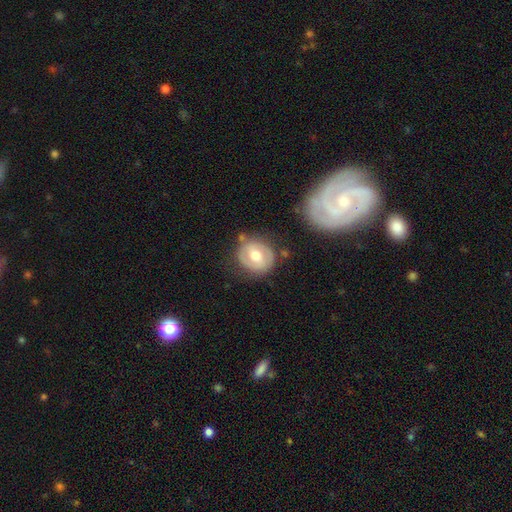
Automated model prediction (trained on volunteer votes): Smooth or featured: featured or disk — 51% (smooth — 43%)
Edge-on disk: no — 95% (yes — 5%)
Merging: none — 72% (minor disturbance — 17%)